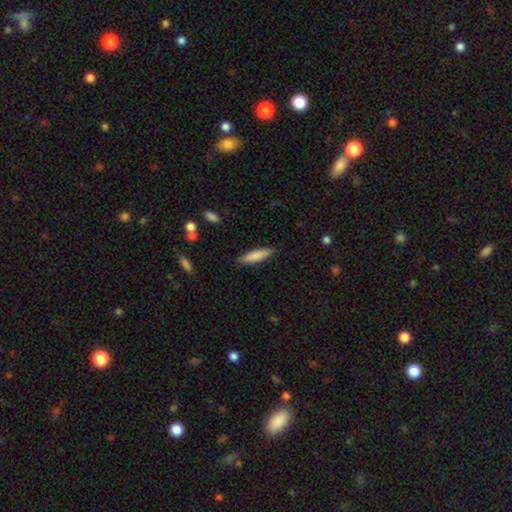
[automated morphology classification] Smooth or featured?
  - smooth: 84% *
  - featured or disk: 10%
  - star or artifact: 6%
How rounded?
  - cigar-shaped: 73% *
  - in between: 25%
  - round: 1%
Merging?
  - none: 87% *
  - minor disturbance: 10%
  - major disturbance: 2%
  - merger: 1%